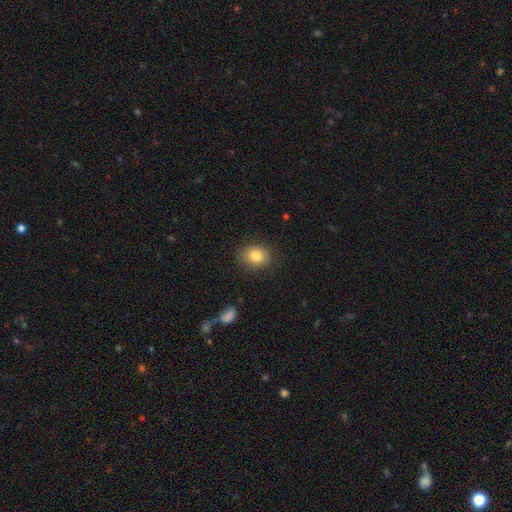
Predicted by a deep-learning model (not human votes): Smooth or featured? Predicted: smooth (p=0.82). How rounded? Predicted: in between (p=0.54). Merging? Predicted: none (p=0.82).